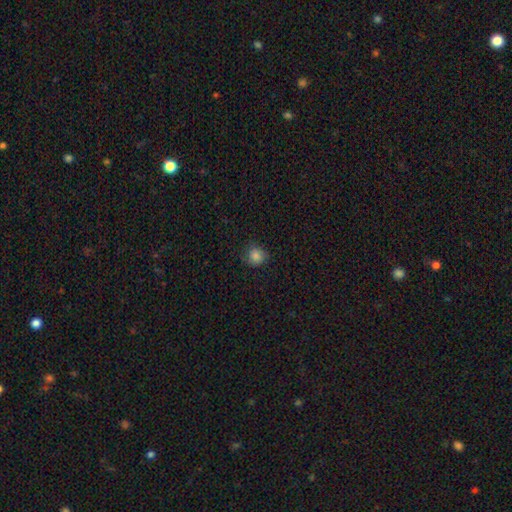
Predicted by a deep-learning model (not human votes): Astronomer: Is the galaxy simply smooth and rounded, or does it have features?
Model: smooth — 84%.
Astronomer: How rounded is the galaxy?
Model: round — 86%.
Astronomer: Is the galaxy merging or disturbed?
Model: none — 79%.